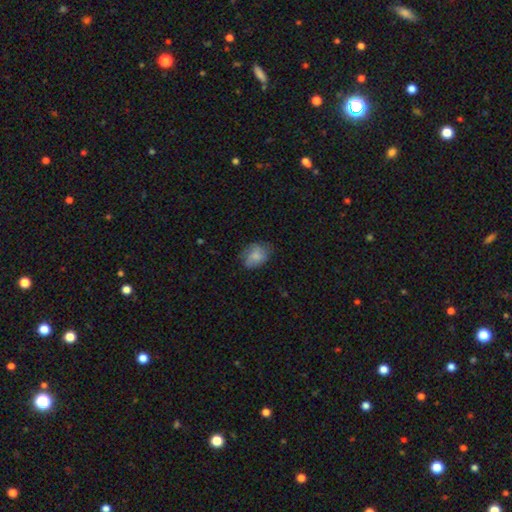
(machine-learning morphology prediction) Overall: smooth (74%). How rounded: in between (70%). Merging: none (60%; minor disturbance 28%).